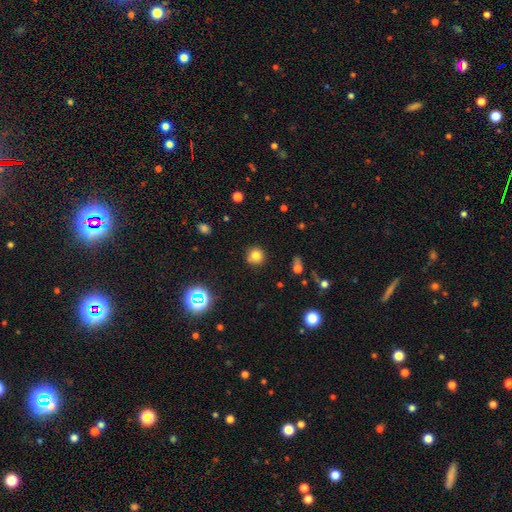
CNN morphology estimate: Q: Smooth or featured?
A: smooth (78%); runner-up: star or artifact (15%)
Q: How rounded?
A: round (93%); runner-up: in between (6%)
Q: Merging?
A: none (85%); runner-up: minor disturbance (9%)